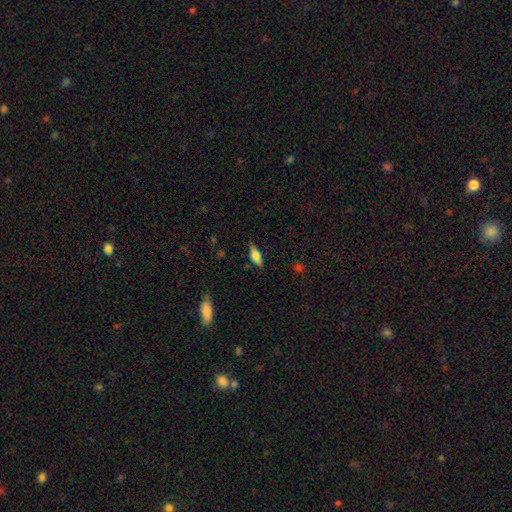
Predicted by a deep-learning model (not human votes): A smooth galaxy with no disk features (63%) that is in between round and cigar-shaped (62%). Merging: none (84%).